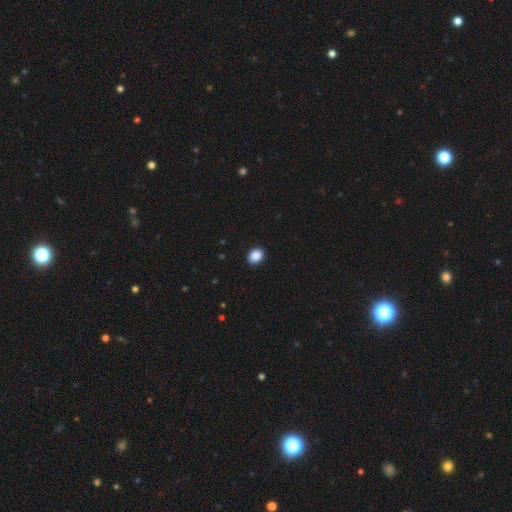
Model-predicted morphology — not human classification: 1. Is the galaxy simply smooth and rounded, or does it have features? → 89% smooth, 8% star or artifact, 2% featured or disk.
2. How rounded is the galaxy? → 54% in between, 45% round, 1% cigar-shaped.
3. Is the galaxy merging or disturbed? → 91% none, 6% minor disturbance, 2% major disturbance, 1% merger.